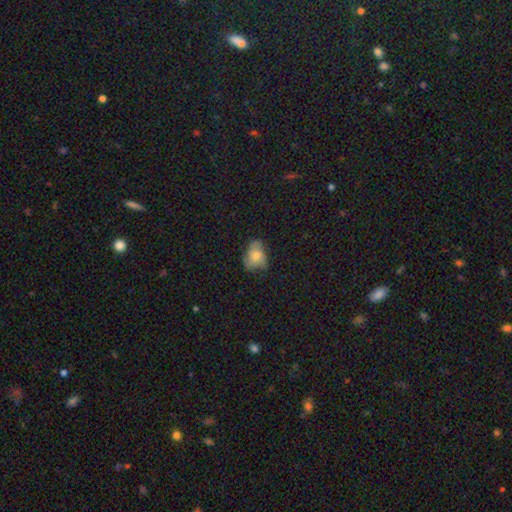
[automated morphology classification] Overall: smooth (56%; featured or disk 34%). How rounded: in between (74%). Merging: none (55%; minor disturbance 31%).